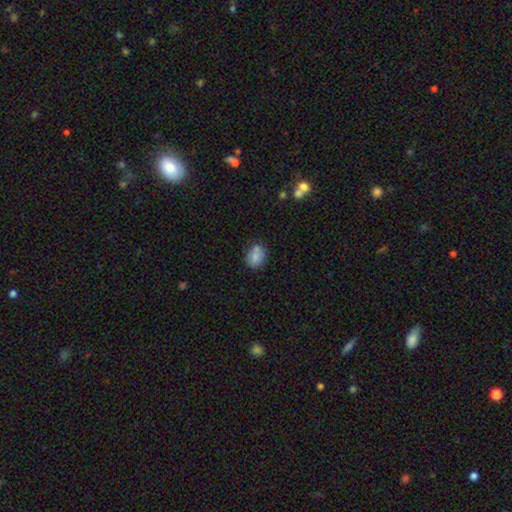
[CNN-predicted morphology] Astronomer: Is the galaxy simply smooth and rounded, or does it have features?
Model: smooth — 81%.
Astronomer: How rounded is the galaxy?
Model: round — 52% (runner-up: in between, 47%).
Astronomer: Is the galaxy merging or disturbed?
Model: none — 61%.